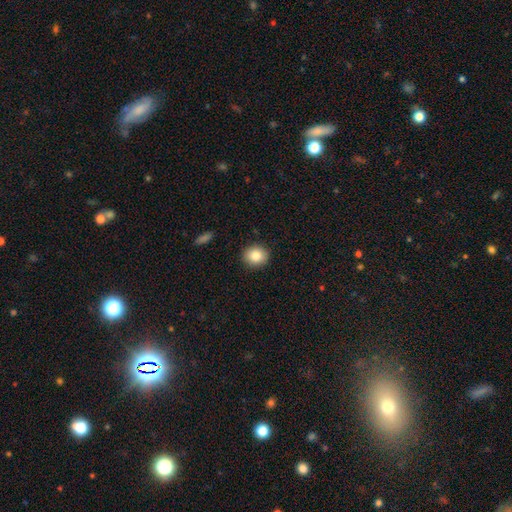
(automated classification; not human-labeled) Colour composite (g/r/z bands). It shows a smooth galaxy with no disk features (83%) that is round (79%). Merging: none (91%).